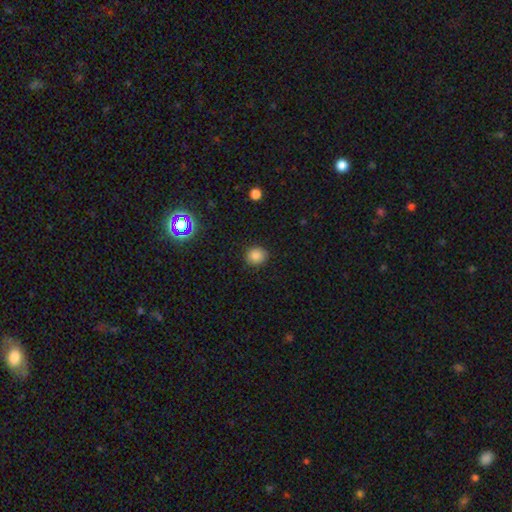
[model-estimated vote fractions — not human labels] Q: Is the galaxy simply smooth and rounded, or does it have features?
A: smooth — 83%.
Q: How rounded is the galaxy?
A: round — 83%.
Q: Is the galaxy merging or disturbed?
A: none — 89%.